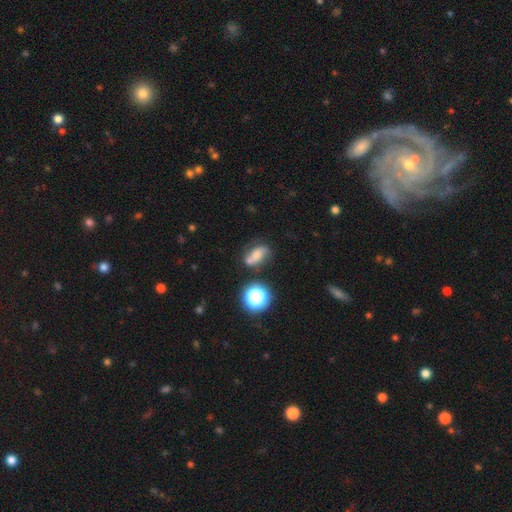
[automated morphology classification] This is possibly a smooth galaxy (49%). Merging: possibly none (51%).